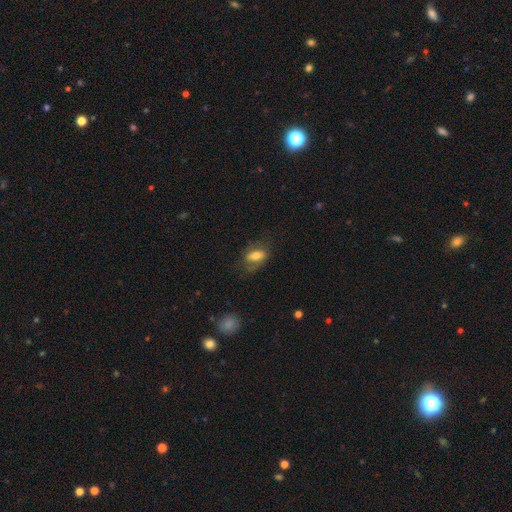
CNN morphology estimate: A smooth galaxy with no disk features (67%) that is in between round and cigar-shaped (85%). Merging: none (58%).